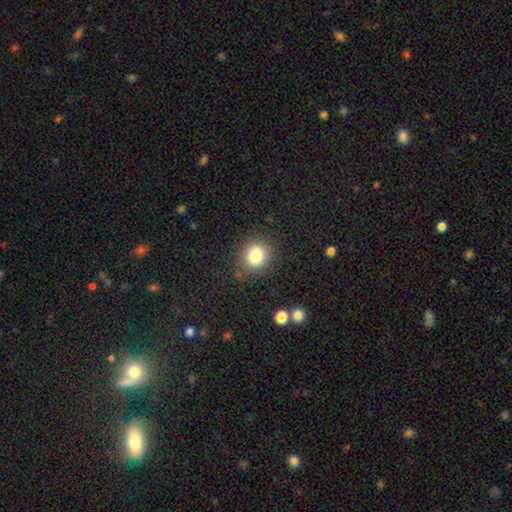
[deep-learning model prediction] Morphology: type=smooth (82%); roundness=round (87%); merging=none (86%).